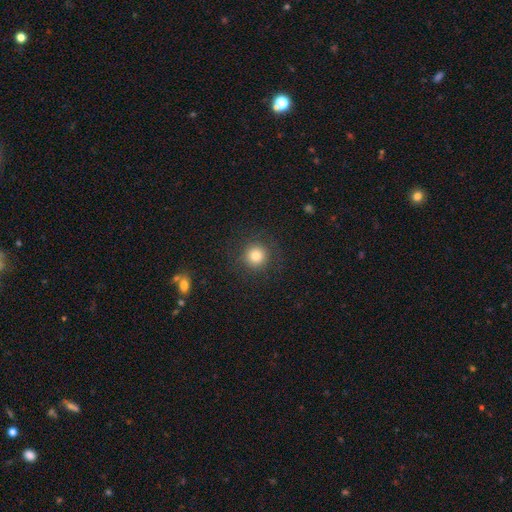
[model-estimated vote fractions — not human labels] A smooth galaxy with no disk features (81%) that is round (94%). Merging: none (88%).